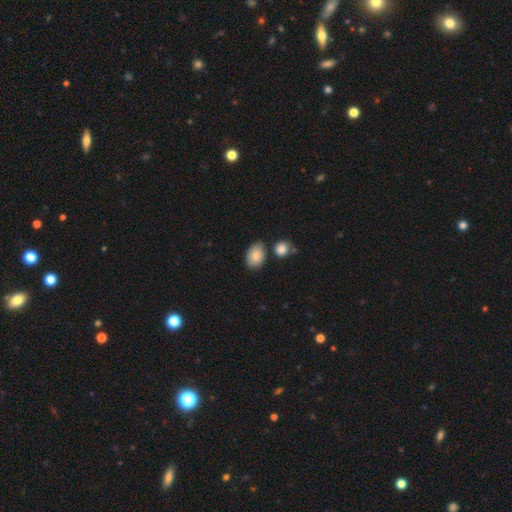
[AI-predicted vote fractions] A smooth galaxy with no disk features (83%) that is in between round and cigar-shaped (80%).

Vote fractions:
- Smooth or featured? smooth: 83% / featured or disk: 9% / star or artifact: 7%
- How rounded? in between: 80% / round: 19% / cigar-shaped: 1%
- Merging? none: 68% / minor disturbance: 18% / merger: 10% / major disturbance: 4%